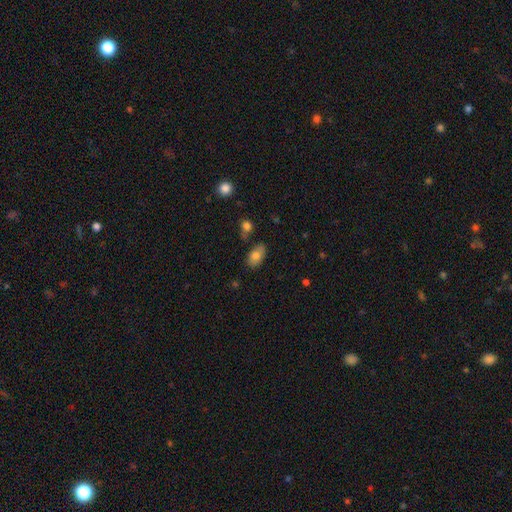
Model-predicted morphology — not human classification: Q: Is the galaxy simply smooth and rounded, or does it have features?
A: smooth — 78%.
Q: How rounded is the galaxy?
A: in between — 91%.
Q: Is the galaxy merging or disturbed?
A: none — 75%.